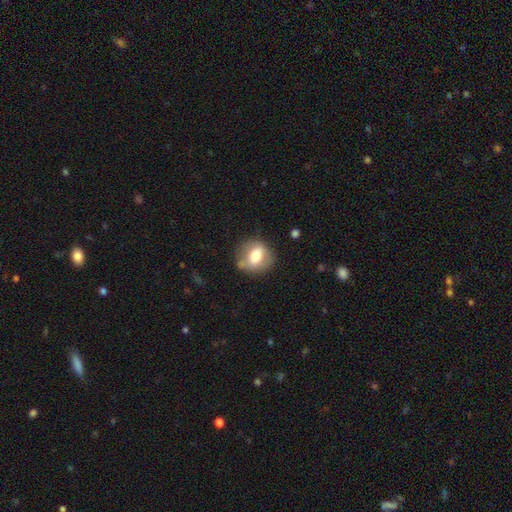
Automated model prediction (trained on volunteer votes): A smooth galaxy with no disk features (59%) that is round (71%).

Vote fractions:
- Smooth or featured? smooth: 59% / featured or disk: 33% / star or artifact: 8%
- How rounded? round: 71% / in between: 27% / cigar-shaped: 2%
- Merging? none: 71% / minor disturbance: 19% / major disturbance: 6% / merger: 4%